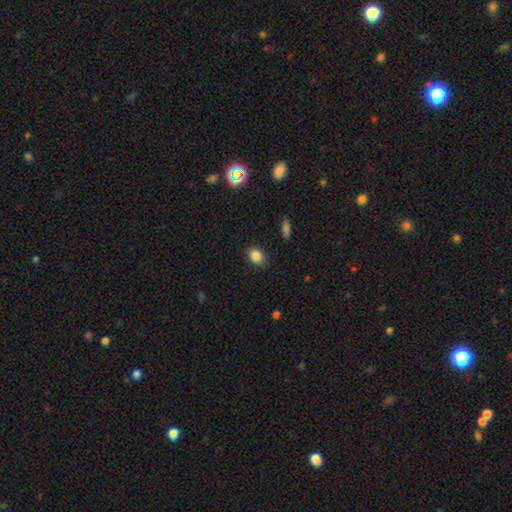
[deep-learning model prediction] Smooth or featured? Predicted: smooth (p=0.85). How rounded? Predicted: in between (p=0.70). Merging? Predicted: none (p=0.86).